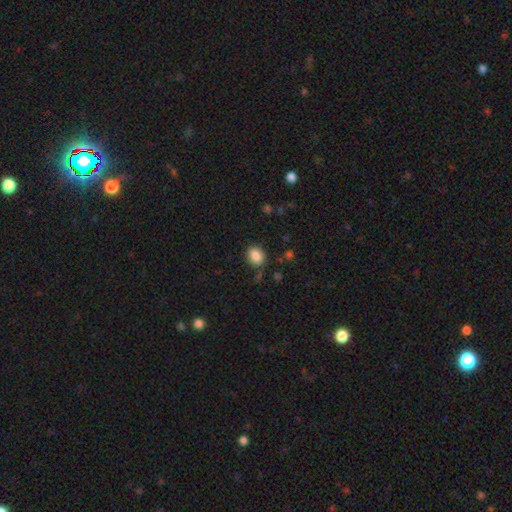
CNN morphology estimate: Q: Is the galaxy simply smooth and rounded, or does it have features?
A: smooth — 87%.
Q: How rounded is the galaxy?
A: in between — 50%.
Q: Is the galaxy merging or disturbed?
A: none — 82%.